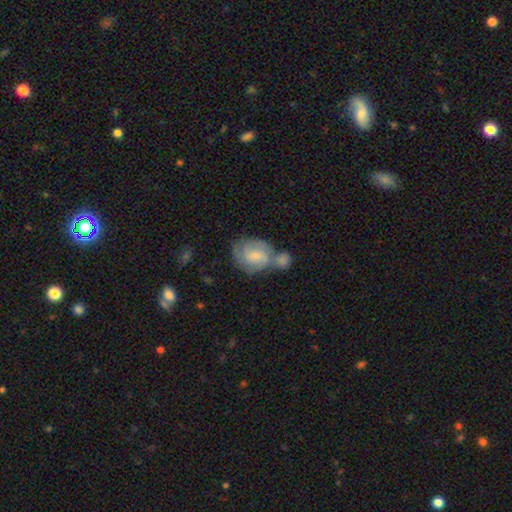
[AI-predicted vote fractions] Smooth or featured? Predicted: featured or disk (p=0.51). Edge-on disk? Predicted: no (p=0.97). Merging? Predicted: merger (p=0.44).